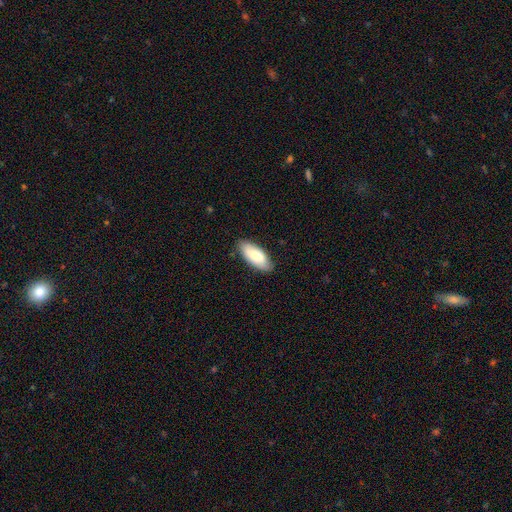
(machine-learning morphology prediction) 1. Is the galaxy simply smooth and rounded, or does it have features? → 83% smooth, 11% featured or disk, 6% star or artifact.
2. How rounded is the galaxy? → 83% in between, 16% cigar-shaped, 2% round.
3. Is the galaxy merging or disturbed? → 84% none, 12% minor disturbance, 2% major disturbance, 1% merger.